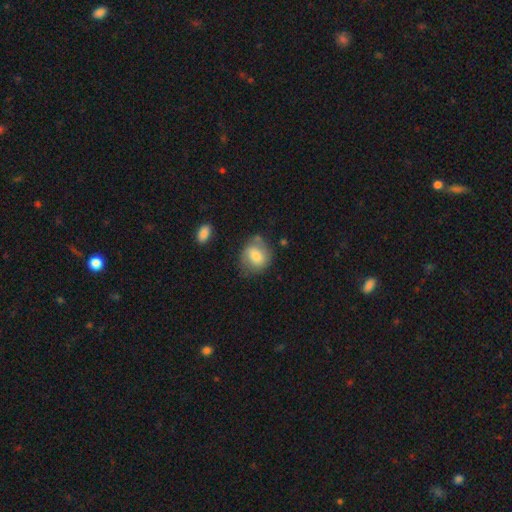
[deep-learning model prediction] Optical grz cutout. It shows a smooth galaxy with no disk features (75%) that is round (61%). Merging: none (61%).